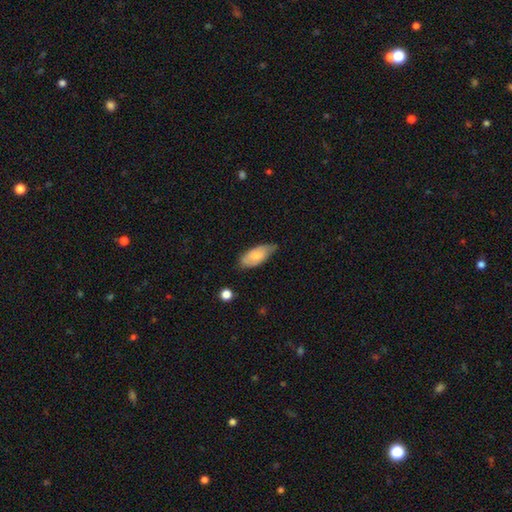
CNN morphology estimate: smooth_or_featured: smooth (p=0.74) [alt: featured or disk p=0.20]
how_rounded: in between (p=0.88) [alt: cigar-shaped p=0.09]
merging: none (p=0.58) [alt: minor disturbance p=0.34]